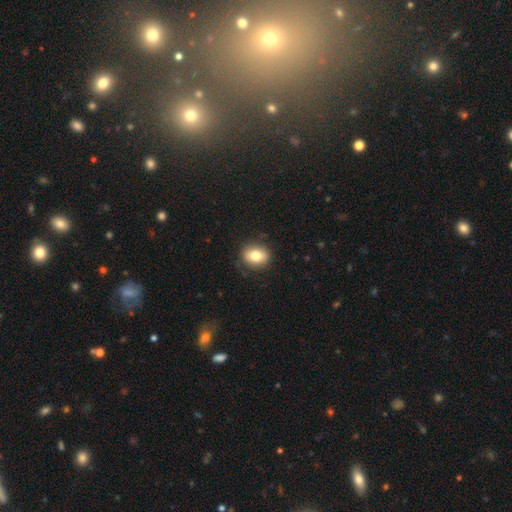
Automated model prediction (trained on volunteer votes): This appears to be a smooth galaxy with no disk features (81%) that is in between round and cigar-shaped (55%). Merging: none (85%).